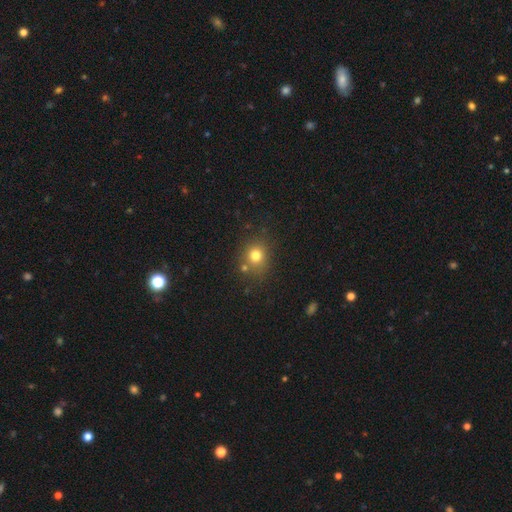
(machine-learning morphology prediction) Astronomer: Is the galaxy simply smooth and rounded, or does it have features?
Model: smooth — 76%.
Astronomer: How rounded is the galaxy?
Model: round — 80%.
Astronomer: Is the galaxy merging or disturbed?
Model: none — 74%.